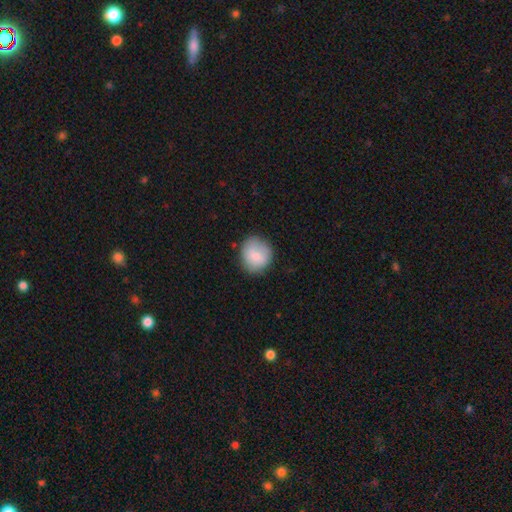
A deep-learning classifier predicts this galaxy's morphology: Smooth or featured? Predicted: smooth (p=0.82). How rounded? Predicted: round (p=0.82). Merging? Predicted: none (p=0.76).